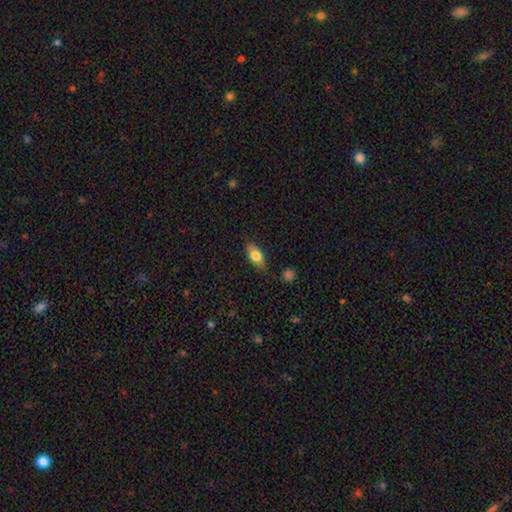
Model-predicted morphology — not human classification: Q: Smooth or featured?
A: smooth (77%); runner-up: featured or disk (15%)
Q: How rounded?
A: in between (84%); runner-up: cigar-shaped (11%)
Q: Merging?
A: none (79%); runner-up: minor disturbance (16%)